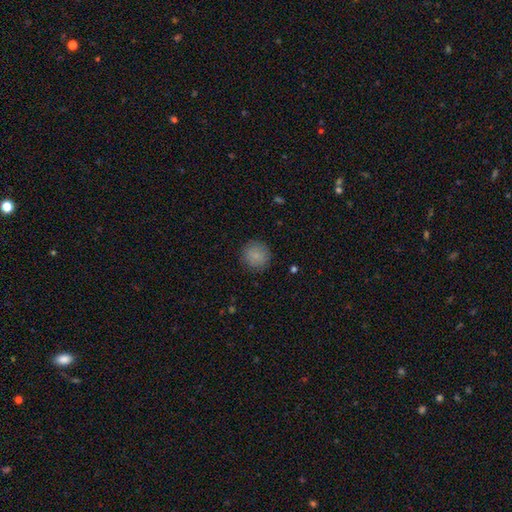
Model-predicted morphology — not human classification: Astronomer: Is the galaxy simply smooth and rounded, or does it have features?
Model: smooth — 86%.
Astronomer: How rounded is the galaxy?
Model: round — 93%.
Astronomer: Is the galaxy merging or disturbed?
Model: none — 88%.